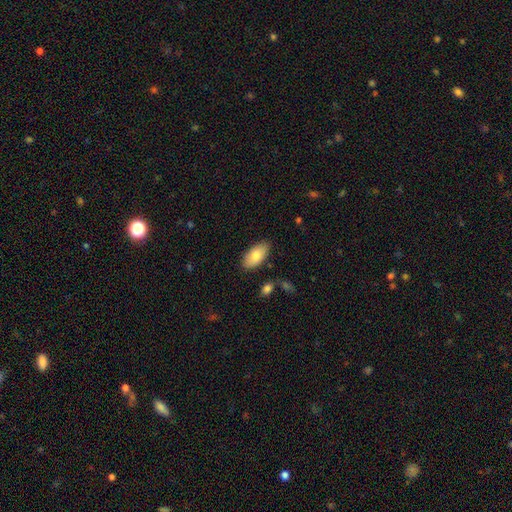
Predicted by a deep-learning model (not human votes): Smooth or featured? Predicted: smooth (p=0.80). How rounded? Predicted: in between (p=0.94). Merging? Predicted: none (p=0.83).